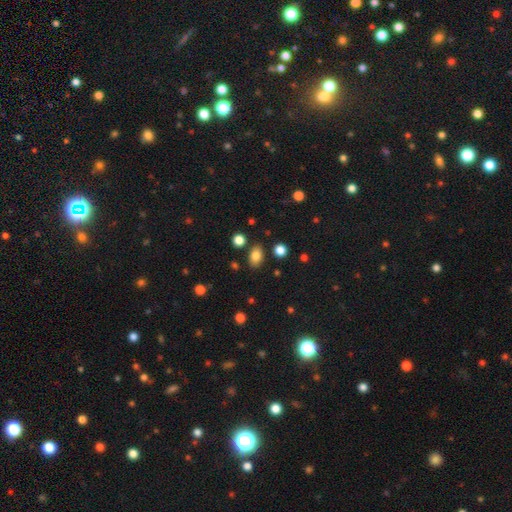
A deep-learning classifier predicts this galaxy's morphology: smooth-or-featured: smooth: 82% | star or artifact: 10% | featured or disk: 7%
  how-rounded: in between: 83% | round: 16% | cigar-shaped: 2%
  merging: none: 84% | minor disturbance: 10% | merger: 3% | major disturbance: 3%